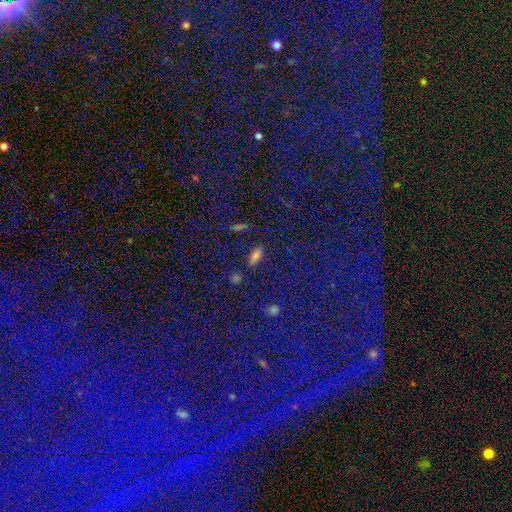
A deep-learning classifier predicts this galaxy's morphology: Smooth or featured?
  - smooth: 66% *
  - star or artifact: 21%
  - featured or disk: 13%
How rounded?
  - in between: 69% *
  - cigar-shaped: 24%
  - round: 6%
Merging?
  - none: 84% *
  - minor disturbance: 10%
  - merger: 3%
  - major disturbance: 3%